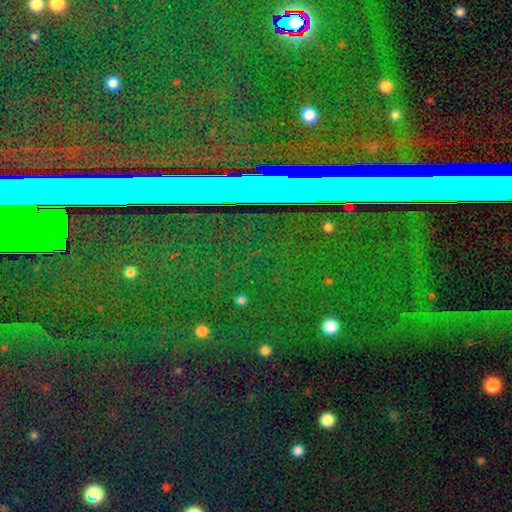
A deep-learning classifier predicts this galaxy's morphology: The model was most divided on "smooth or featured": star or artifact: 85%, featured or disk: 8%, smooth: 7%.